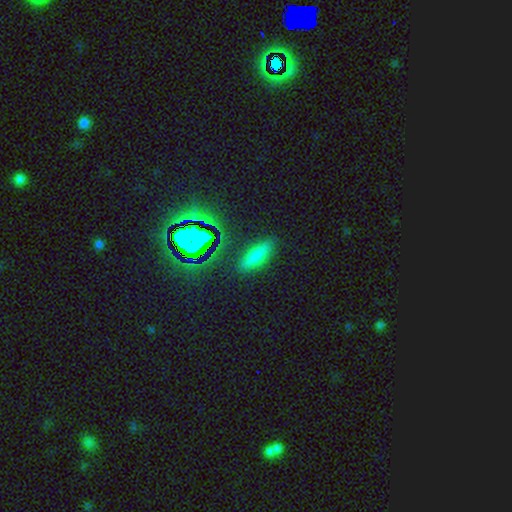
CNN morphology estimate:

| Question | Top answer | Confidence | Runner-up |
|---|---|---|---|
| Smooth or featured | smooth | 68% | star or artifact (19%) |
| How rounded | in between | 62% | cigar-shaped (34%) |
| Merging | none | 83% | minor disturbance (11%) |